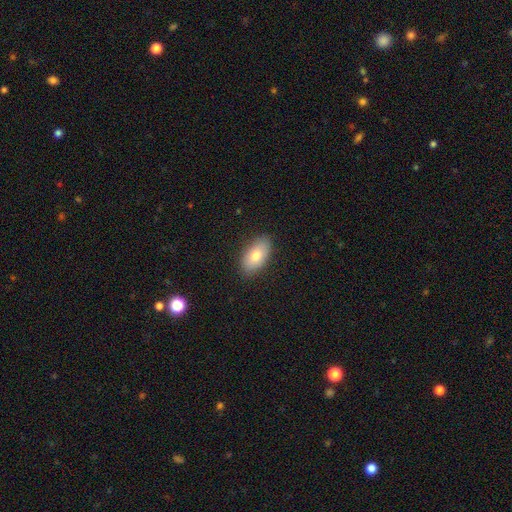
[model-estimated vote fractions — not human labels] Smooth or featured? smooth (77%)
How rounded? in between (93%)
Merging? none (86%)